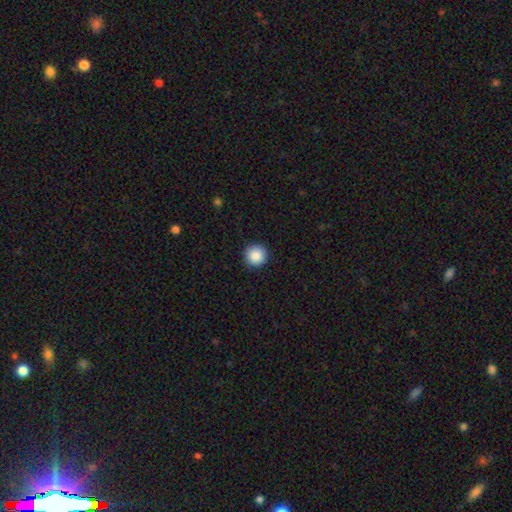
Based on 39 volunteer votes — Morphology: type=smooth (85%); roundness=round (97%); merging=none (89%).